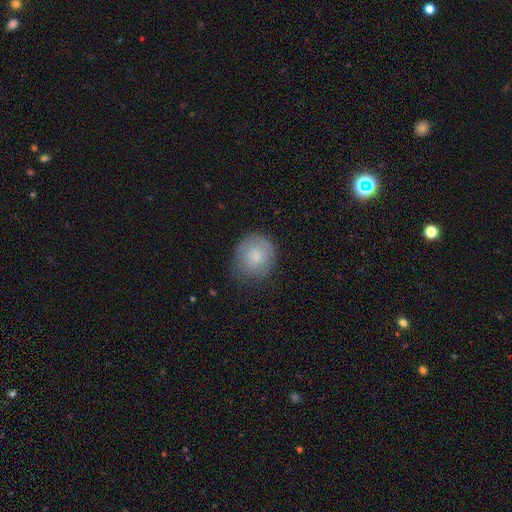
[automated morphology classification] Smooth or featured? Predicted: smooth (p=0.77). How rounded? Predicted: round (p=0.75). Merging? Predicted: none (p=0.66).